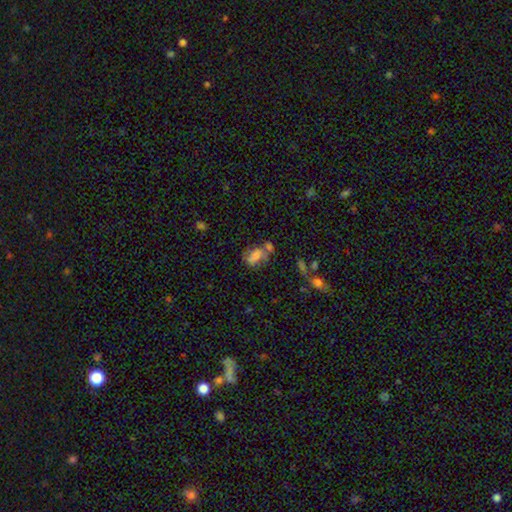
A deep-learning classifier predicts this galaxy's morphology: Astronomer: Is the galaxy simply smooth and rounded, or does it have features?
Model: smooth — 63%.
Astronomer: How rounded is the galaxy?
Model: in between — 82%.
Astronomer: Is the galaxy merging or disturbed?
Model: none — 34% (runner-up: merger, 31%).